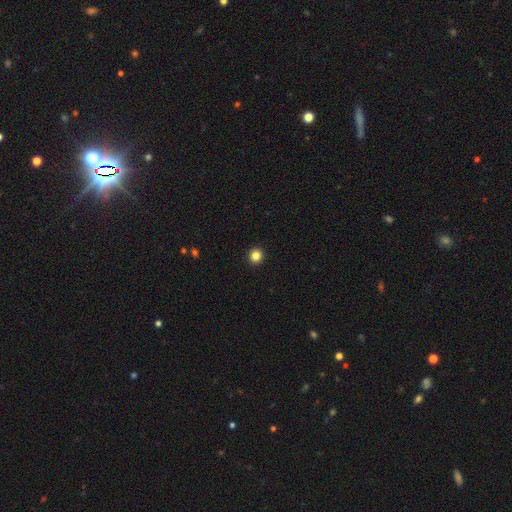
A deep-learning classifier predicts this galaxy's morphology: This is clearly a smooth galaxy (84%). How rounded: clearly round (94%). Merging: clearly none (94%).